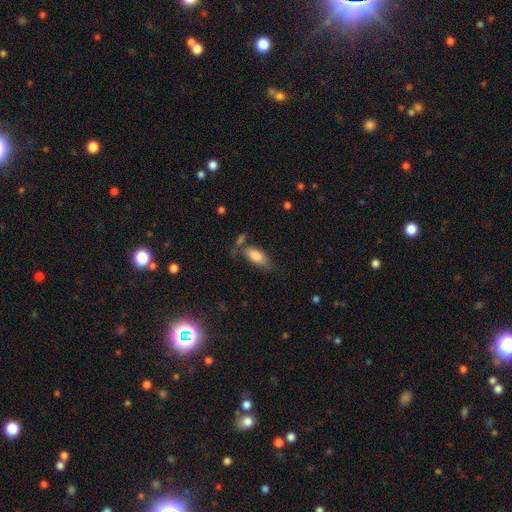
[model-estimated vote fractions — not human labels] smooth 82%, featured or disk 11%, star or artifact 7%. Down the decision tree: how rounded — in between (88%); merging — none (56%).